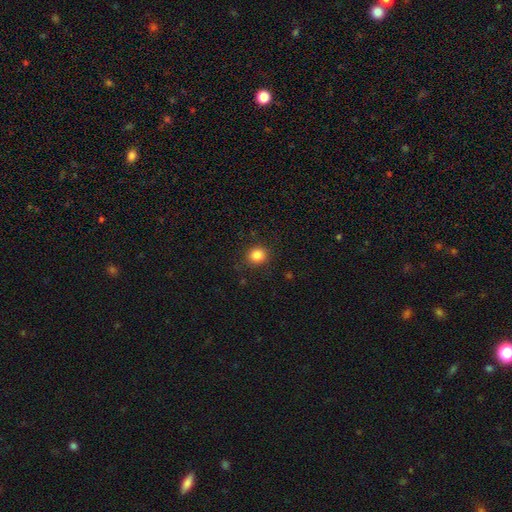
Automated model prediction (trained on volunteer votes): This appears to be a smooth galaxy with no disk features (85%) that is round (81%). Merging: none (86%).